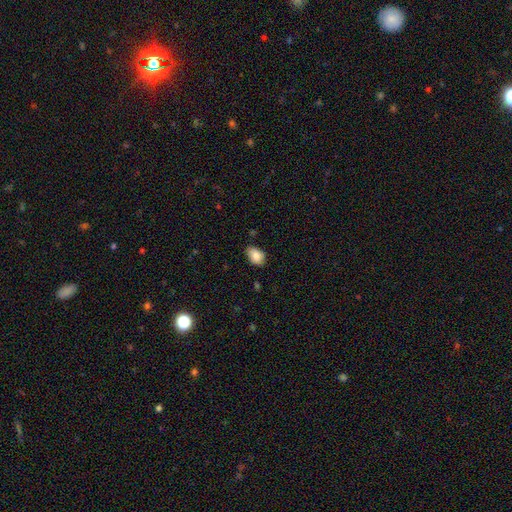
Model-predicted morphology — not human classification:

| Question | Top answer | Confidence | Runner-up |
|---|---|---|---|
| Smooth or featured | smooth | 85% | star or artifact (8%) |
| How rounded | in between | 84% | round (15%) |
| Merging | none | 74% | minor disturbance (21%) |